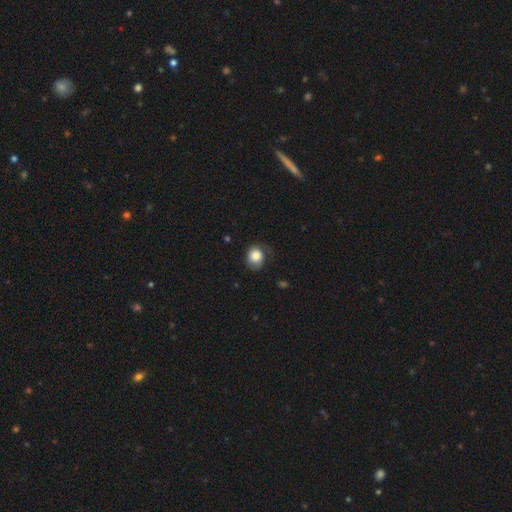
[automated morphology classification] Q: Smooth or featured?
A: smooth (82%); runner-up: featured or disk (10%)
Q: How rounded?
A: round (64%); runner-up: in between (35%)
Q: Merging?
A: none (55%); runner-up: minor disturbance (28%)